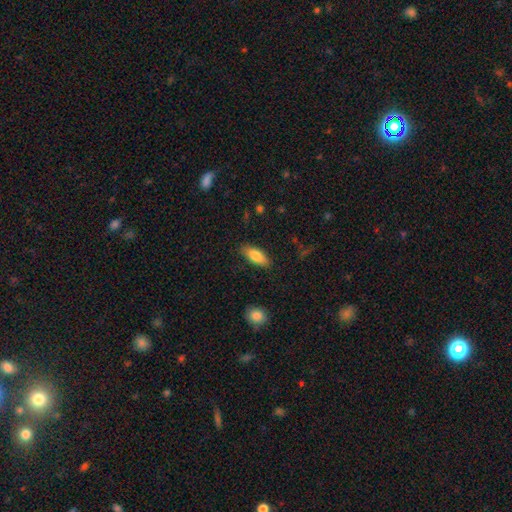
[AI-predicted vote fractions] Q: Smooth or featured?
A: smooth (82%); runner-up: featured or disk (11%)
Q: How rounded?
A: in between (81%); runner-up: cigar-shaped (16%)
Q: Merging?
A: none (84%); runner-up: minor disturbance (12%)